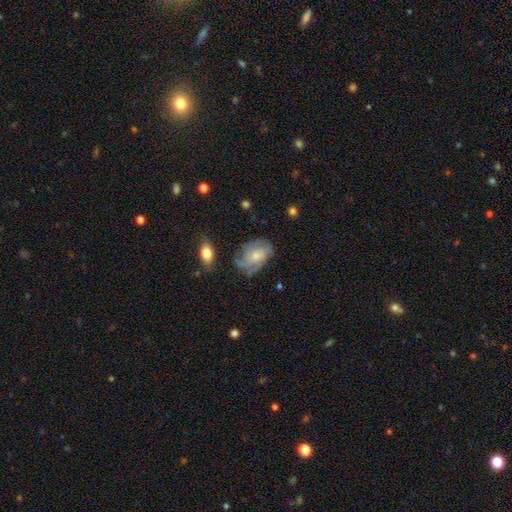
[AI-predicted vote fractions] smooth_or_featured: featured or disk (p=0.68) [alt: smooth p=0.24]
disk_edge_on: no (p=0.97) [alt: yes p=0.03]
bar: no (p=0.68) [alt: weak p=0.28]
has_spiral_arms: yes (p=0.90) [alt: no p=0.10]
spiral_winding: tight (p=0.47) [alt: medium p=0.39]
spiral_arm_count: can't tell (p=0.31) [alt: 3 p=0.28]
bulge_size: small (p=0.47) [alt: moderate p=0.38]
merging: none (p=0.63) [alt: minor disturbance p=0.24]